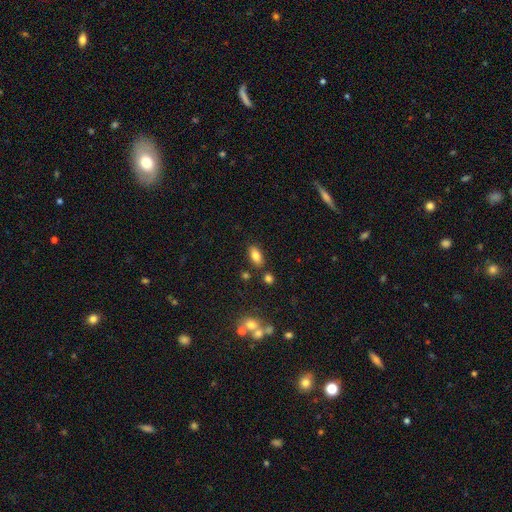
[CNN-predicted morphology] A smooth galaxy with no disk features (81%) that is in between round and cigar-shaped (89%).

Vote fractions:
- Smooth or featured? smooth: 81% / featured or disk: 10% / star or artifact: 9%
- How rounded? in between: 89% / cigar-shaped: 7% / round: 4%
- Merging? none: 81% / minor disturbance: 11% / merger: 6% / major disturbance: 3%